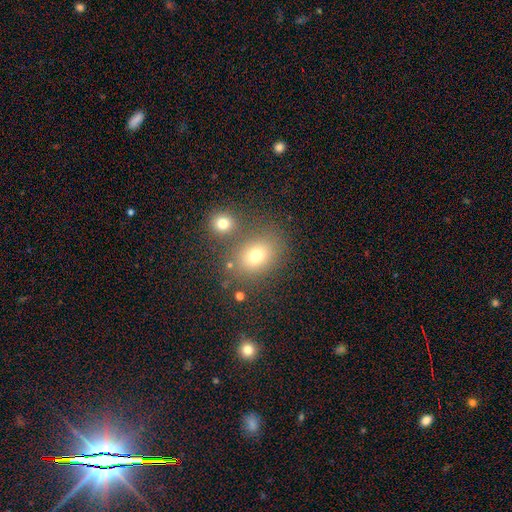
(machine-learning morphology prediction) smooth-or-featured: smooth: 73% | star or artifact: 16% | featured or disk: 11%
  how-rounded: in between: 52% | round: 46% | cigar-shaped: 1%
  merging: none: 66% | merger: 18% | minor disturbance: 11% | major disturbance: 5%